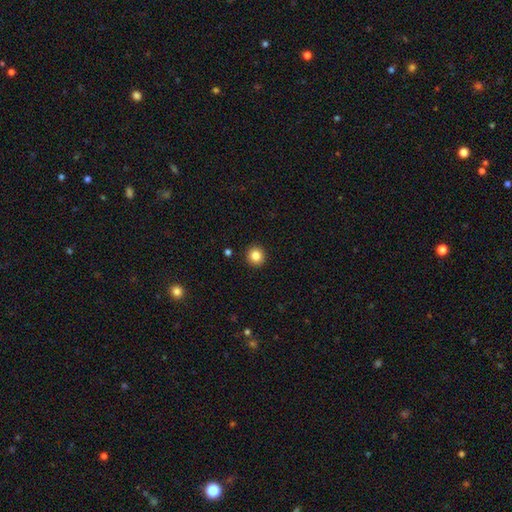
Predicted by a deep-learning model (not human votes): smooth 84%, star or artifact 10%, featured or disk 6%. Down the decision tree: how rounded — round (93%); merging — none (93%).